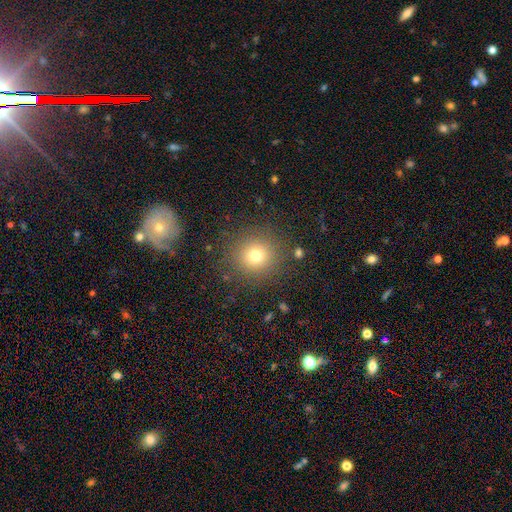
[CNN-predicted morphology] Smooth or featured: smooth — 73% (star or artifact — 17%)
How rounded: round — 92% (in between — 7%)
Merging: none — 86% (minor disturbance — 8%)